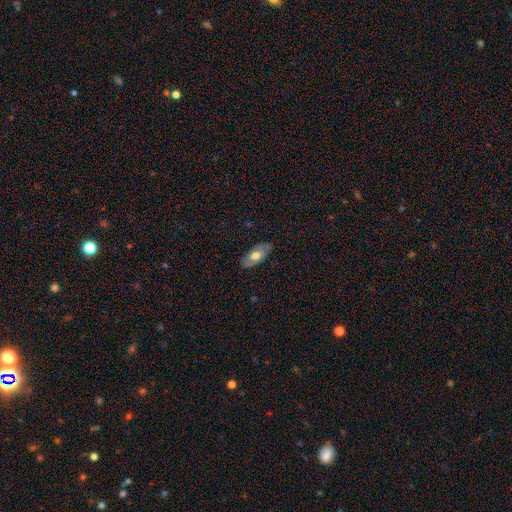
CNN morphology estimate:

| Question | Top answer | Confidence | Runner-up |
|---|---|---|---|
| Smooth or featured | smooth | 55% | featured or disk (39%) |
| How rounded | in between | 88% | cigar-shaped (9%) |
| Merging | none | 84% | minor disturbance (12%) |